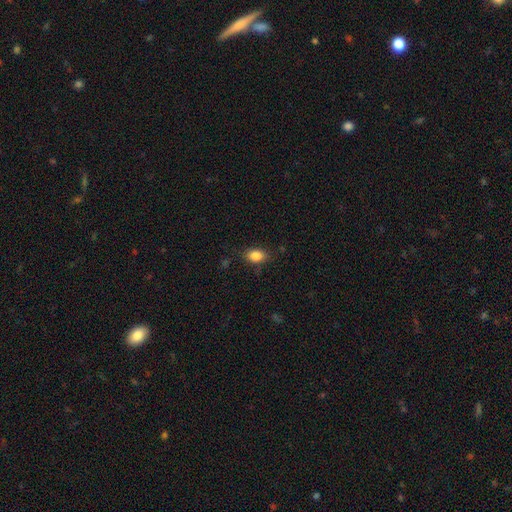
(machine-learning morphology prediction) This appears to be a smooth galaxy with no disk features (85%) that is in between round and cigar-shaped (81%). Merging: none (81%).